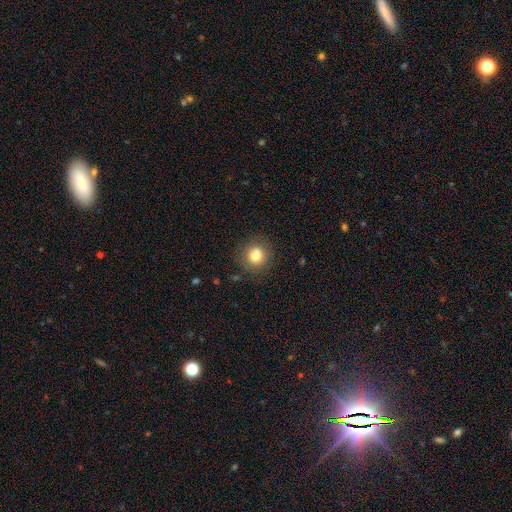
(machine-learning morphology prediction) smooth-or-featured: smooth: 79% | star or artifact: 12% | featured or disk: 9%
  how-rounded: round: 89% | in between: 10% | cigar-shaped: 1%
  merging: none: 82% | minor disturbance: 11% | merger: 4% | major disturbance: 4%